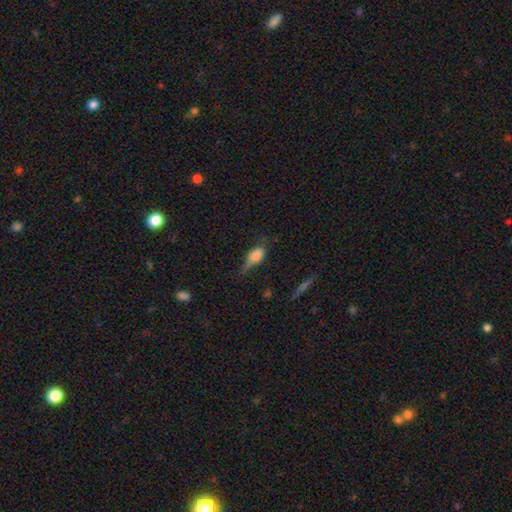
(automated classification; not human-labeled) smooth_or_featured: smooth (p=0.69) [alt: featured or disk p=0.21]
how_rounded: in between (p=0.79) [alt: round p=0.11]
merging: minor disturbance (p=0.39) [alt: none p=0.33]